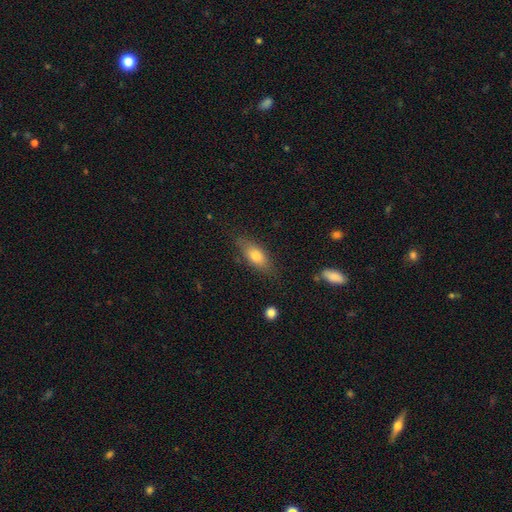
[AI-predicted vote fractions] smooth_or_featured: smooth (p=0.72) [alt: featured or disk p=0.21]
how_rounded: in between (p=0.75) [alt: cigar-shaped p=0.21]
merging: none (p=0.77) [alt: minor disturbance p=0.17]